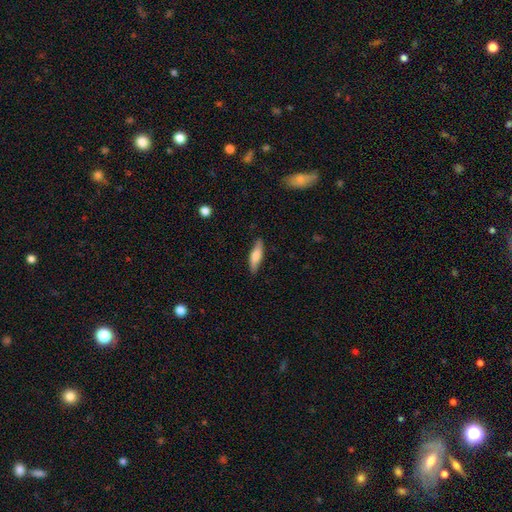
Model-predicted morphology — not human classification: A smooth galaxy with no disk features (69%) that is cigar-shaped (67%). Merging: none (85%).